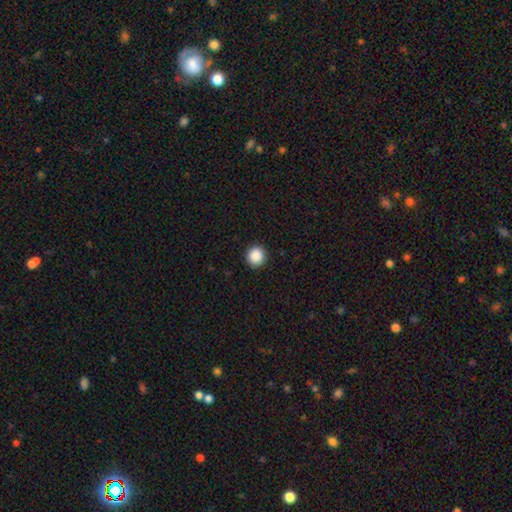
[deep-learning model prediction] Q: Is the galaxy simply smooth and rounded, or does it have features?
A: smooth — 89%.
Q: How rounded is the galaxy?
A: round — 93%.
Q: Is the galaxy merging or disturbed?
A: none — 92%.